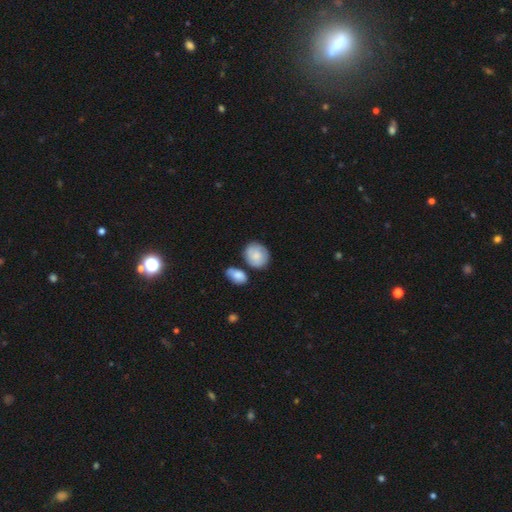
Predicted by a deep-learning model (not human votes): Overall: smooth (77%). How rounded: round (63%; in between 36%). Merging: none (65%).